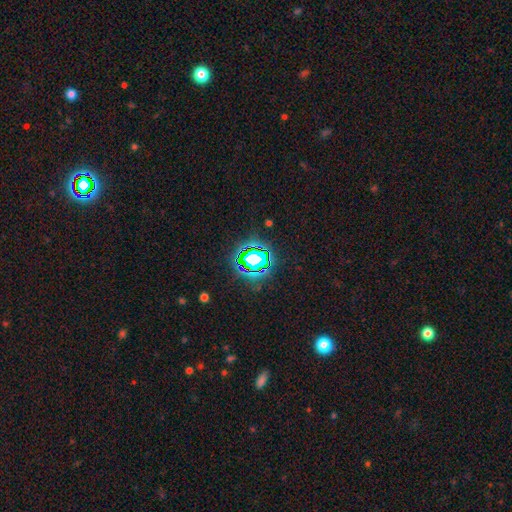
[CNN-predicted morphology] Smooth or featured?
  - star or artifact: 71% *
  - smooth: 17%
  - featured or disk: 12%